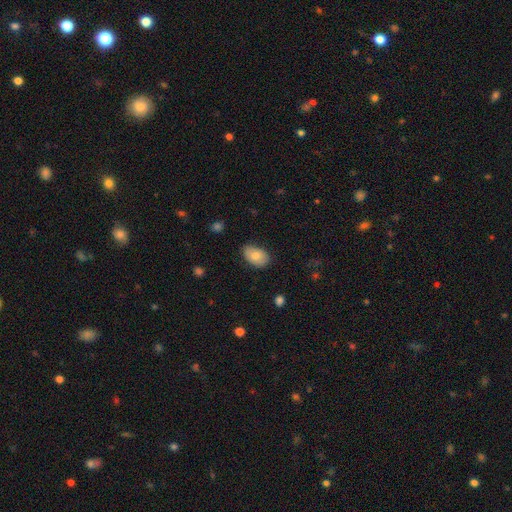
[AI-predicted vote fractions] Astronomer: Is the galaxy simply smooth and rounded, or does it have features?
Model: smooth — 77%.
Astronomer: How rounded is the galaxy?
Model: in between — 89%.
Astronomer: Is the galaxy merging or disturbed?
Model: none — 77%.